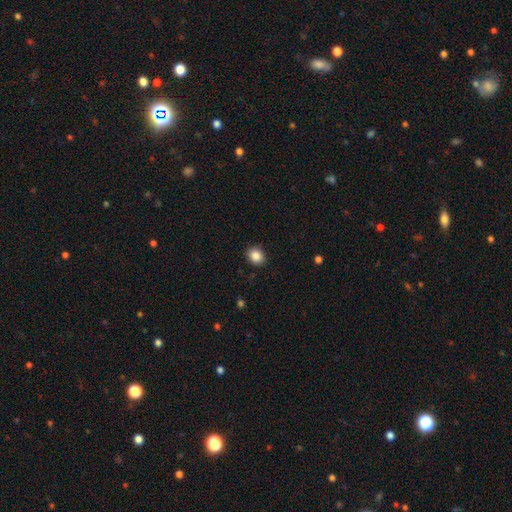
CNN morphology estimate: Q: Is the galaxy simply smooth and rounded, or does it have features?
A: smooth — 87%.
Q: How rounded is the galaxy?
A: round — 66%.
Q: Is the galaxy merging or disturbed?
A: none — 89%.